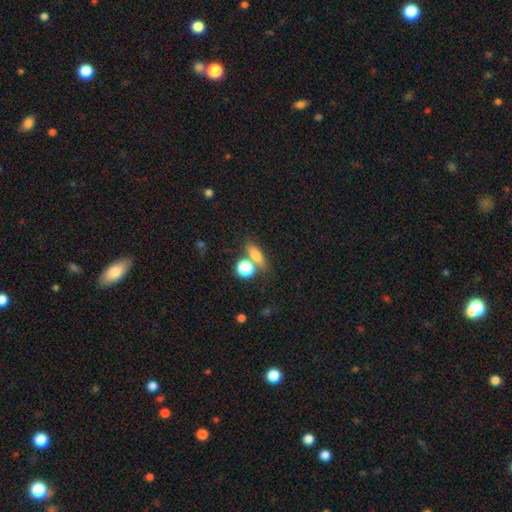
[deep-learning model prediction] Q: Smooth or featured?
A: smooth (71%); runner-up: featured or disk (16%)
Q: How rounded?
A: in between (47%); runner-up: cigar-shaped (30%)
Q: Merging?
A: none (62%); runner-up: merger (23%)